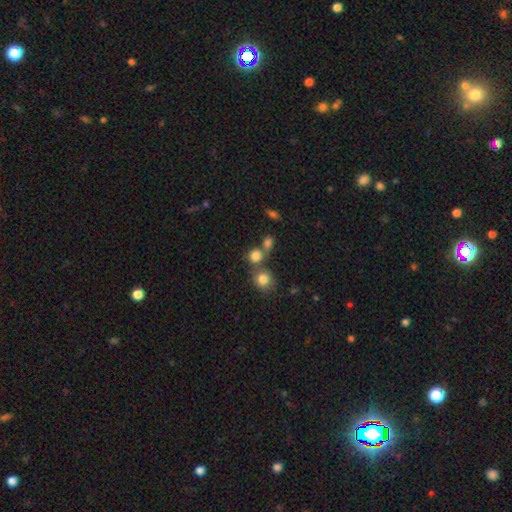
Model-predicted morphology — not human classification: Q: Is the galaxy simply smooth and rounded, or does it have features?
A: smooth — 80%.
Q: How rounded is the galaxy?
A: round — 79%.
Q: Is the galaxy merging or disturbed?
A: none — 54%.